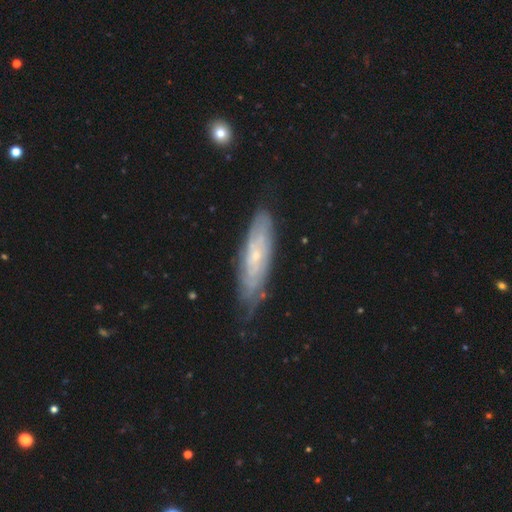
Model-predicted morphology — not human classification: A featured or disk galaxy (70%) with no bar (75%), spiral arms (79%) and a small central bulge (78%). Merging: none (69%).